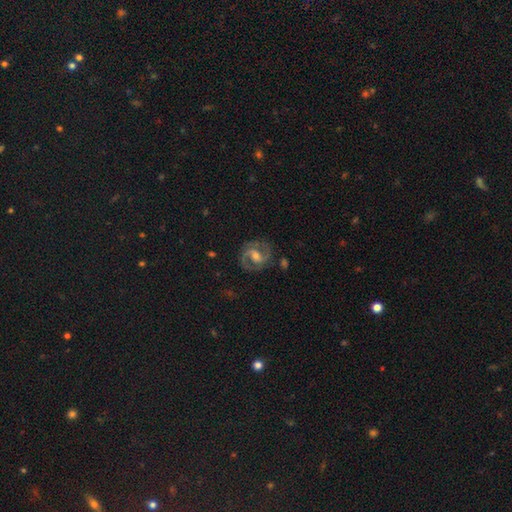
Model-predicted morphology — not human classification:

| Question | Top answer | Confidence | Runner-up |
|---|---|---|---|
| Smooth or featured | featured or disk | 87% | smooth (8%) |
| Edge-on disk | no | 98% | yes (2%) |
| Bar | weak | 48% | no (30%) |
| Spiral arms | yes | 96% | no (4%) |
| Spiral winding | medium | 57% | tight (31%) |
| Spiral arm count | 2 | 90% | can't tell (4%) |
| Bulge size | moderate | 59% | small (33%) |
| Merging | none | 81% | minor disturbance (13%) |